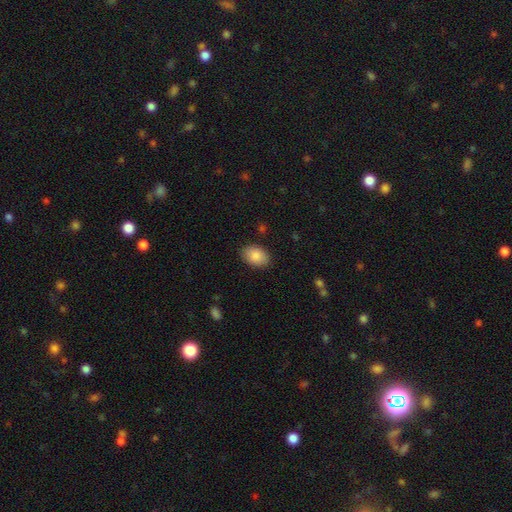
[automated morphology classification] Overall: smooth (87%). How rounded: in between (83%). Merging: none (86%).